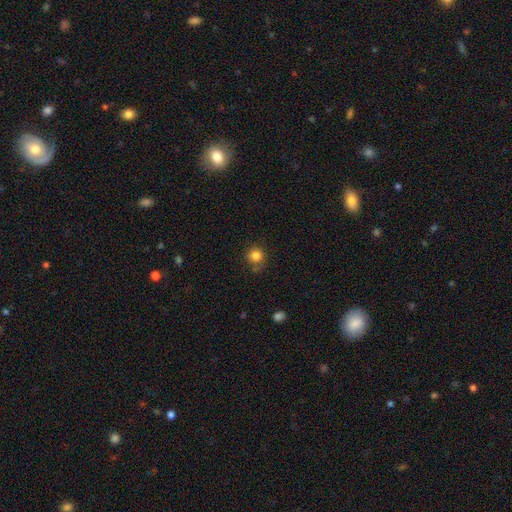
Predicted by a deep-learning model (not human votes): smooth_or_featured: smooth (p=0.83) [alt: star or artifact p=0.12]
how_rounded: round (p=0.92) [alt: in between p=0.07]
merging: none (p=0.76) [alt: minor disturbance p=0.15]